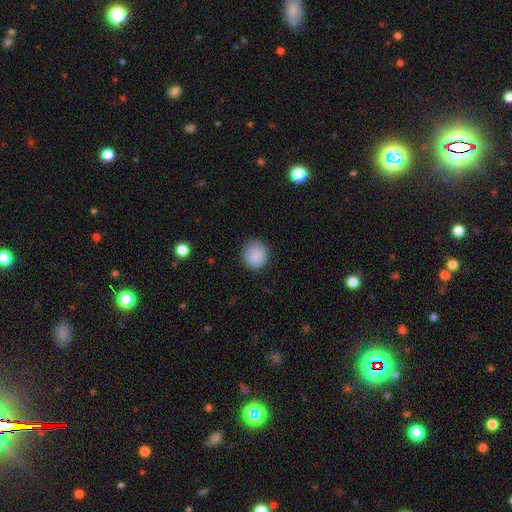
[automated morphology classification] The model was most divided on "merging": none: 87%, minor disturbance: 9%, major disturbance: 2%, merger: 1%. More confident: how rounded — round (91%); smooth or featured — smooth (88%).